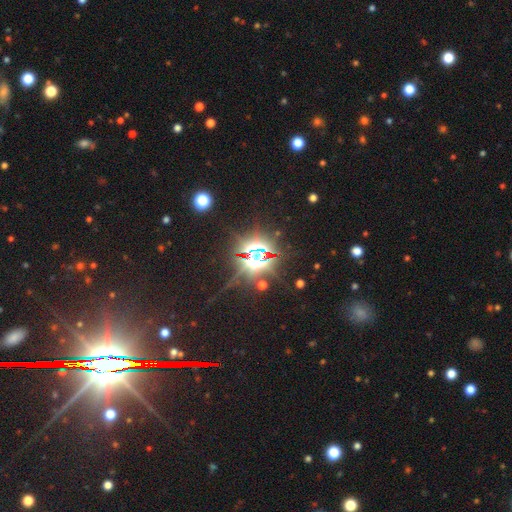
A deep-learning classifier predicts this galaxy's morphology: This is clearly a star or artifact rather than a galaxy (83%).